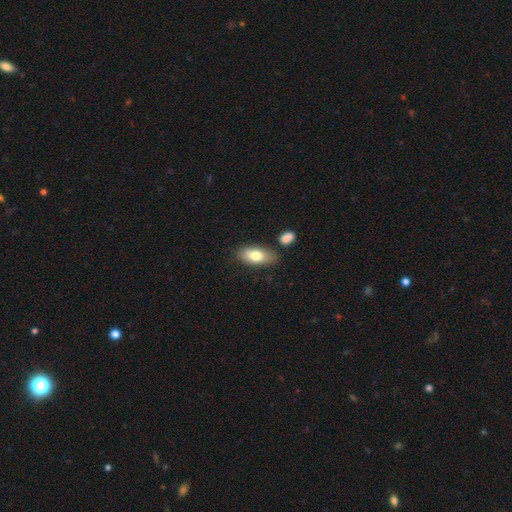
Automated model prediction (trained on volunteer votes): This appears to be a smooth galaxy with no disk features (74%) that is in between round and cigar-shaped (86%). Merging: none (75%).